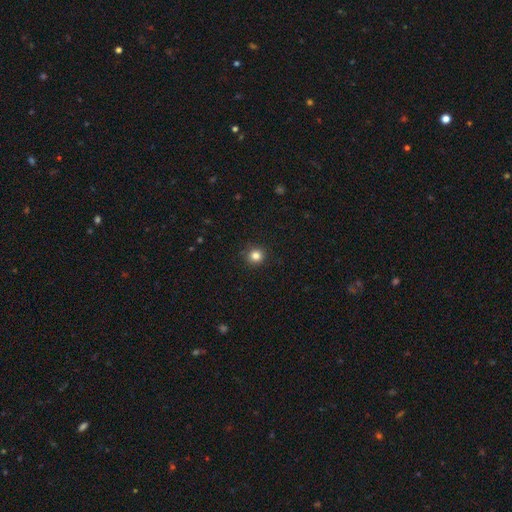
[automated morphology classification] This appears to be a smooth galaxy with no disk features (83%) that is round (93%). Merging: none (91%).